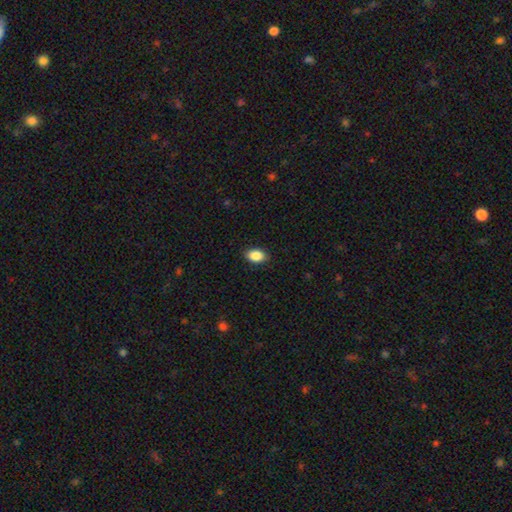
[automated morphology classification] A smooth galaxy with no disk features (88%) that is in between round and cigar-shaped (88%). Merging: none (89%).